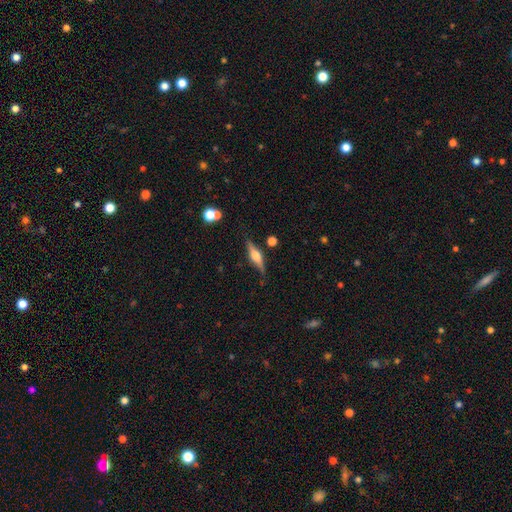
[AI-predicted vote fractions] This appears to be a featured or disk galaxy (67%) viewed edge-on (96%) with a rounded central bulge (88%). Merging: none (81%).